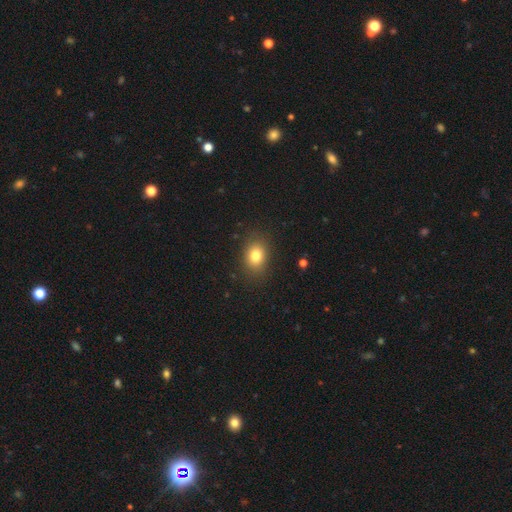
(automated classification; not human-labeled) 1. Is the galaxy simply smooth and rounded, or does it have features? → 79% smooth, 12% star or artifact, 9% featured or disk.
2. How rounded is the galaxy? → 59% in between, 40% round, 1% cigar-shaped.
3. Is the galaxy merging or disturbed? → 85% none, 10% minor disturbance, 4% major disturbance, 1% merger.